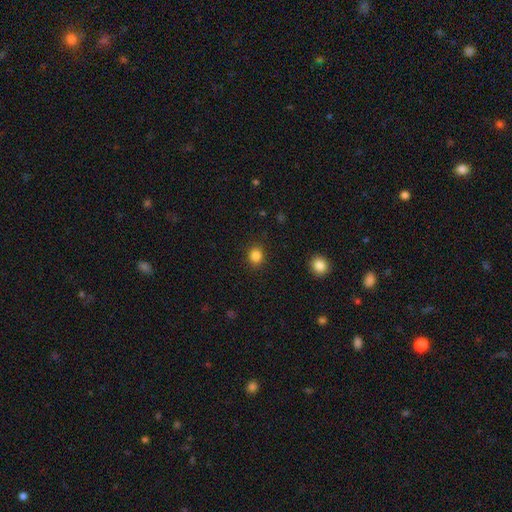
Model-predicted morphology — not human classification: Smooth or featured? Predicted: smooth (p=0.84). How rounded? Predicted: round (p=0.79). Merging? Predicted: none (p=0.90).